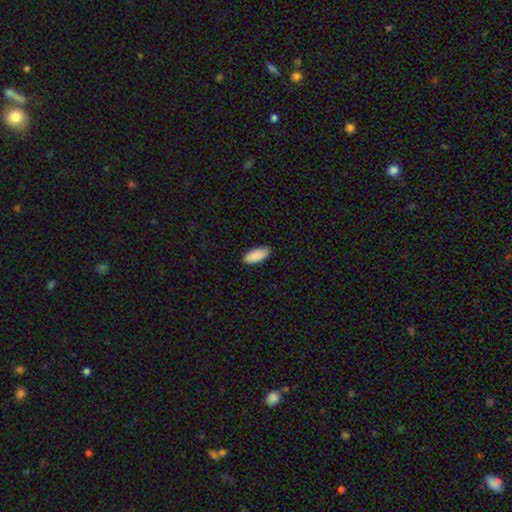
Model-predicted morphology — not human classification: Smooth or featured? Predicted: smooth (p=0.91). How rounded? Predicted: in between (p=0.86). Merging? Predicted: none (p=0.89).